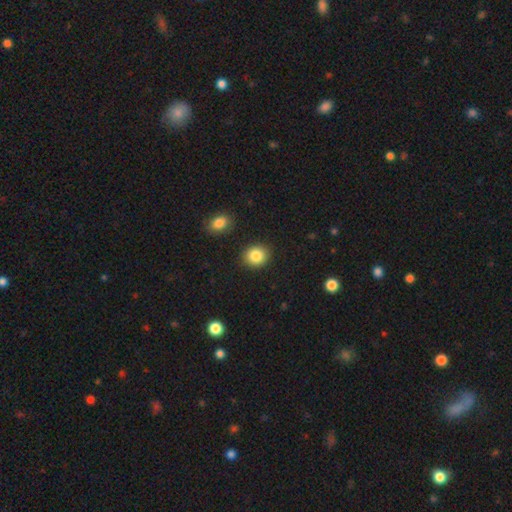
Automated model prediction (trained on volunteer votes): Smooth or featured?
  - smooth: 86% *
  - star or artifact: 9%
  - featured or disk: 6%
How rounded?
  - round: 72% *
  - in between: 27%
  - cigar-shaped: 1%
Merging?
  - none: 87% *
  - minor disturbance: 8%
  - merger: 2%
  - major disturbance: 2%